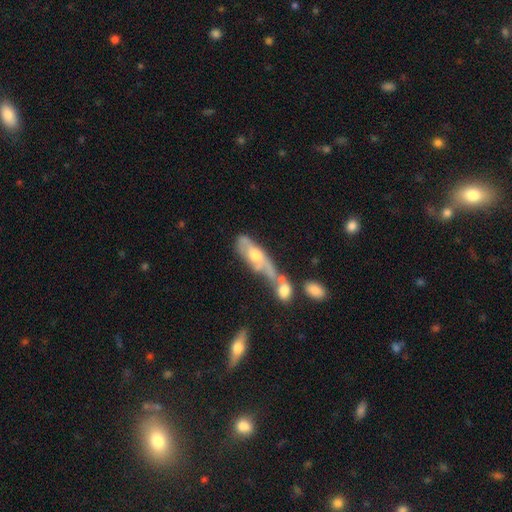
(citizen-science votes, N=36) Overall: featured or disk (69%). Edge-on disk: no (72%). Bar: no (100%). Spiral arms: yes (56%; no 44%). Spiral arm count: can't tell (60%; 1 20%). Spiral winding: medium (50%; tight 40%). Bulge size: moderate (61%; small 33%). Merging: minor disturbance (40%; merger 34%).